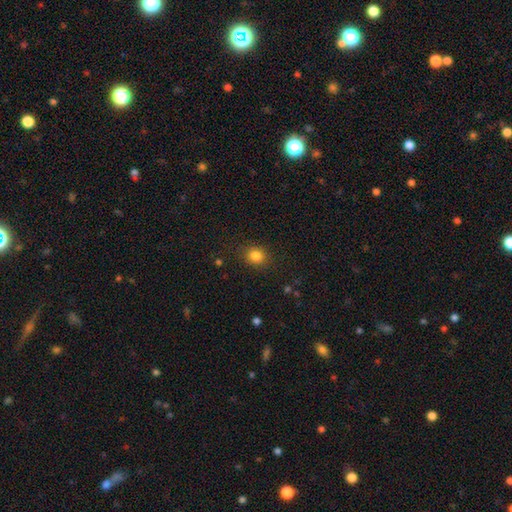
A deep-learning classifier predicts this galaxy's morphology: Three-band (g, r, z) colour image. It shows a smooth galaxy with no disk features (84%) that is round (68%). Merging: none (86%).